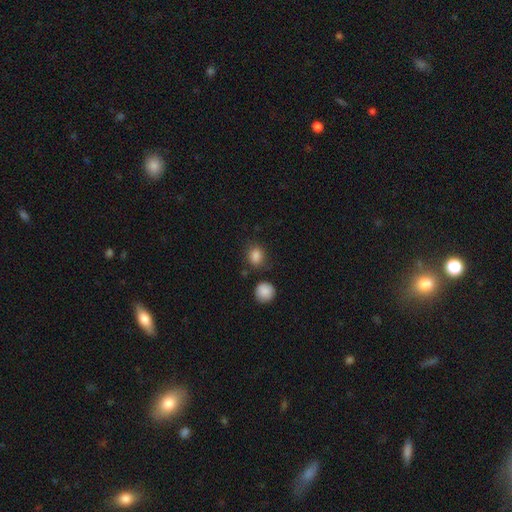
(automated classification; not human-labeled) This appears to be a smooth galaxy with no disk features (85%) that is round (64%). Merging: none (75%).